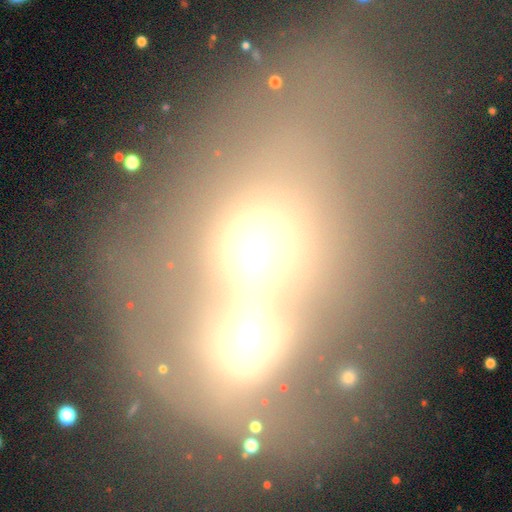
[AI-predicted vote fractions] A smooth galaxy with no disk features (44%). Merging: merger (72%).